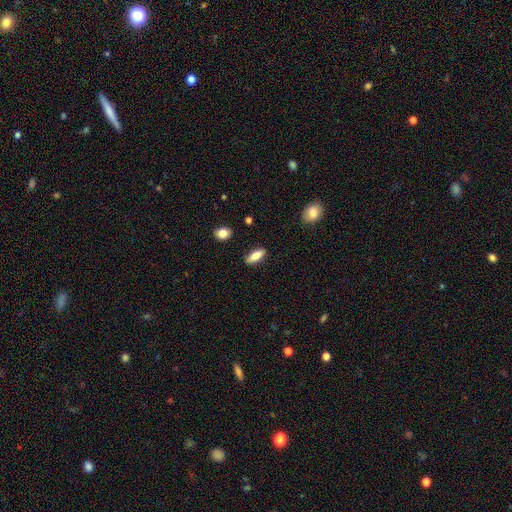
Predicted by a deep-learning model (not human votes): Q: Smooth or featured?
A: smooth (76%); runner-up: featured or disk (18%)
Q: How rounded?
A: in between (69%); runner-up: cigar-shaped (28%)
Q: Merging?
A: none (87%); runner-up: minor disturbance (9%)